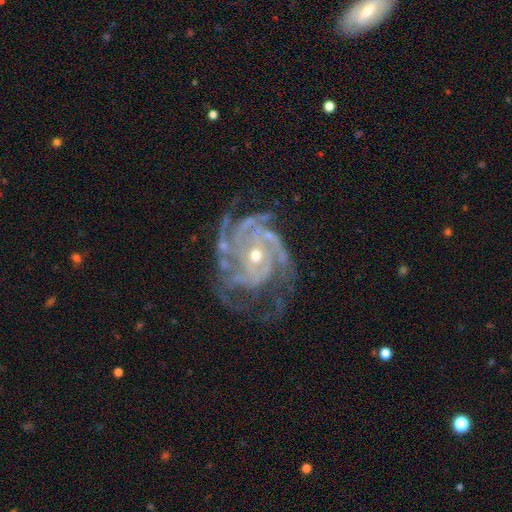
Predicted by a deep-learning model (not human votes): A featured or disk galaxy (91%) with no bar (69%), 4 (26%) tight (63%) spiral arms (97%) and a moderate central bulge (49%).

Vote fractions:
- Smooth or featured? featured or disk: 91% / star or artifact: 6% / smooth: 3%
- Edge-on disk? no: 97% / yes: 3%
- Bar? no: 69% / weak: 22% / strong: 9%
- Spiral arms? yes: 97% / no: 3%
- Spiral winding? tight: 63% / medium: 31% / loose: 6%
- Spiral arm count? 4: 26% / 3: 25% / can't tell: 18% / more than 4: 13% / 2: 12% / 1: 7%
- Bulge size? moderate: 49% / small: 48% / large: 2% / none: 1% / dominant: 1%
- Merging? none: 56% / minor disturbance: 22% / major disturbance: 19% / merger: 3%